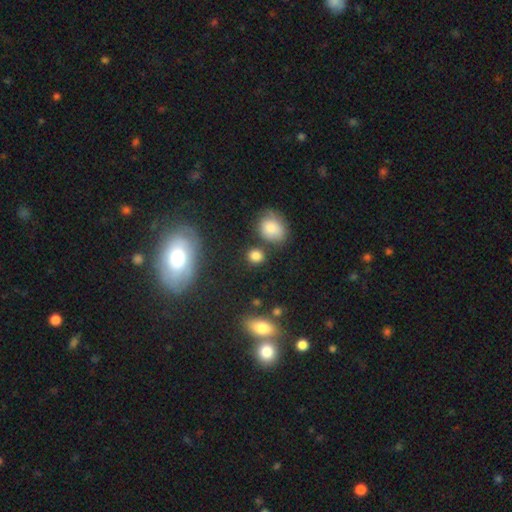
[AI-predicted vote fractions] A smooth galaxy with no disk features (81%) that is round (76%). Merging: none (76%).